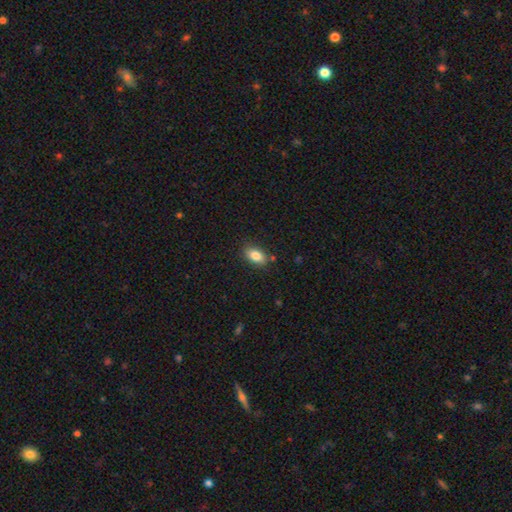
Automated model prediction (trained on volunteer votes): Smooth or featured? Predicted: smooth (p=0.83). How rounded? Predicted: in between (p=0.88). Merging? Predicted: none (p=0.83).